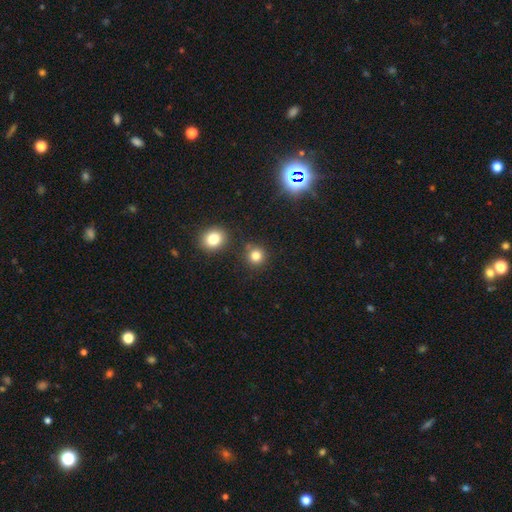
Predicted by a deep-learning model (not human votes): A smooth galaxy with no disk features (80%) that is round (91%).

Vote fractions:
- Smooth or featured? smooth: 80% / star or artifact: 15% / featured or disk: 6%
- How rounded? round: 91% / in between: 8% / cigar-shaped: 1%
- Merging? none: 82% / minor disturbance: 8% / merger: 7% / major disturbance: 3%